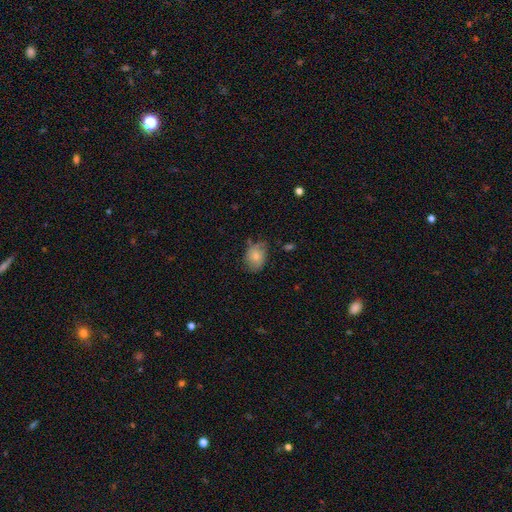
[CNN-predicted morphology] Smooth or featured? Predicted: smooth (p=0.75). How rounded? Predicted: in between (p=0.65). Merging? Predicted: none (p=0.58).